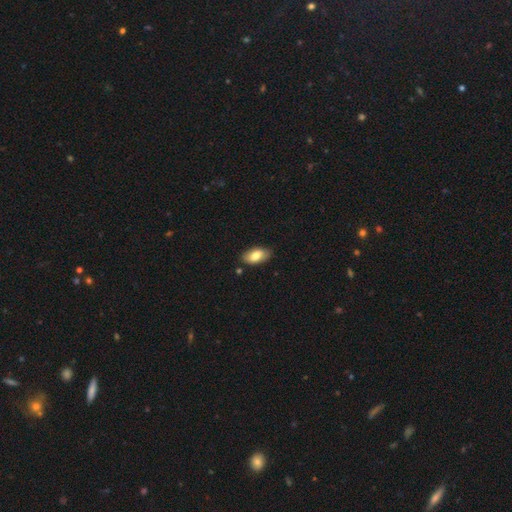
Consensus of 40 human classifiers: Smooth or featured? 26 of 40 (65%) said smooth. How rounded? 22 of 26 (85%) said in between. Merging? 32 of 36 (89%) said none.